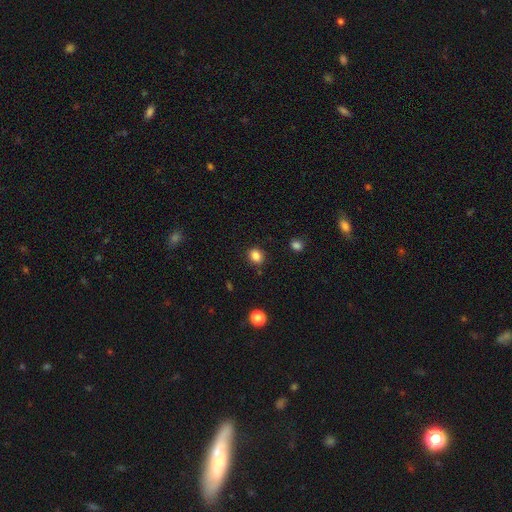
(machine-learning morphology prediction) A smooth galaxy with no disk features (85%) that is round (59%). Merging: none (86%).